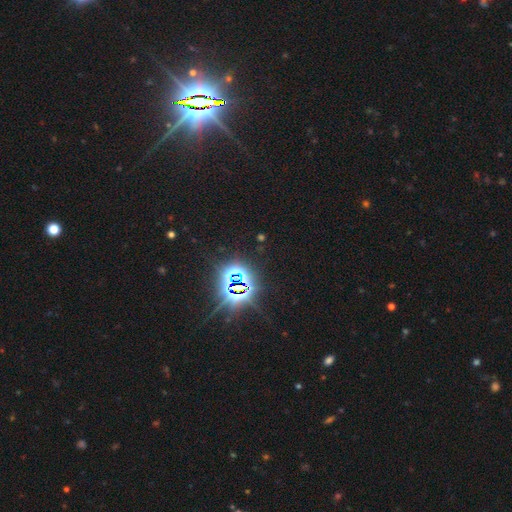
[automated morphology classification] star or artifact 86%, smooth 7%, featured or disk 7%.